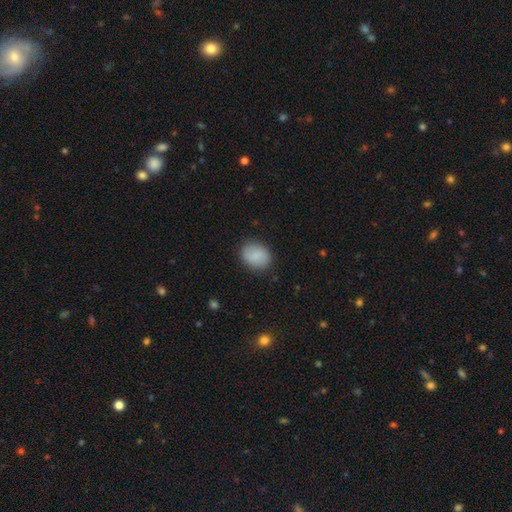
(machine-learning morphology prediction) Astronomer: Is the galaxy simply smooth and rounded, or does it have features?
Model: smooth — 86%.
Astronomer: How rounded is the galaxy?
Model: in between — 51% (runner-up: round, 48%).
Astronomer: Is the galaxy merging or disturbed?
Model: none — 86%.